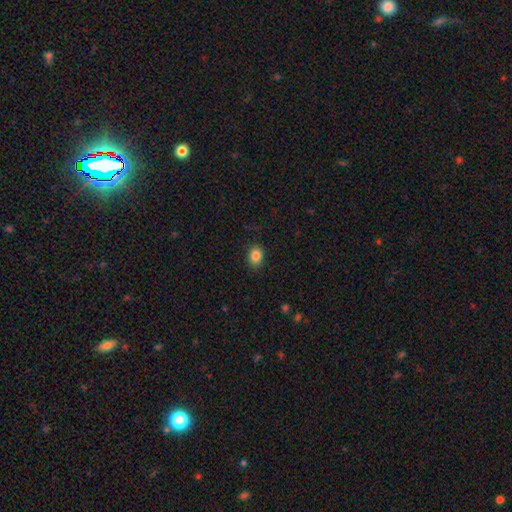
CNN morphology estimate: type=smooth (86%); roundness=in between (55%); merging=none (86%).